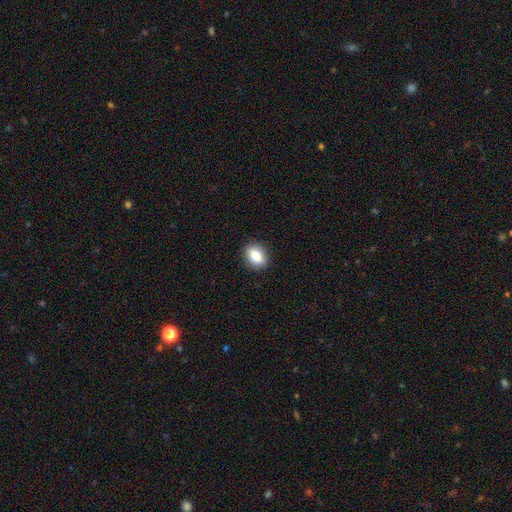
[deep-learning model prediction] smooth 83%, featured or disk 9%, star or artifact 8%. Down the decision tree: how rounded — in between (72%); merging — none (89%).